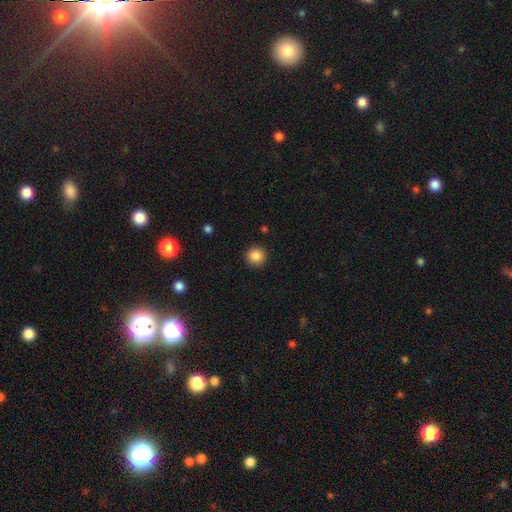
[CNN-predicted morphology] smooth_or_featured: smooth (p=0.86) [alt: star or artifact p=0.10]
how_rounded: round (p=0.95) [alt: in between p=0.05]
merging: none (p=0.92) [alt: minor disturbance p=0.05]